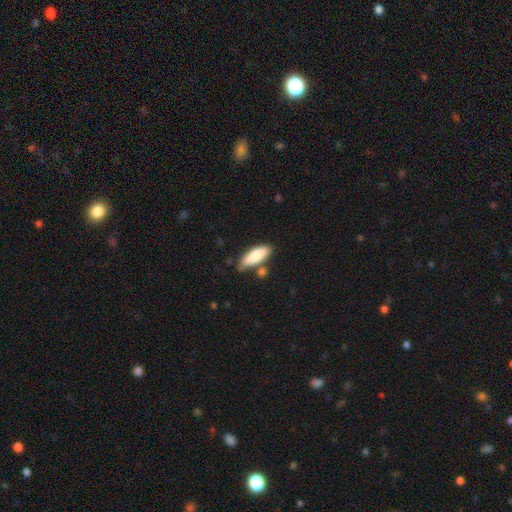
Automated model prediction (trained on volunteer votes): smooth-or-featured: smooth: 82% | featured or disk: 12% | star or artifact: 6%
  how-rounded: in between: 69% | cigar-shaped: 29% | round: 2%
  merging: none: 71% | minor disturbance: 17% | merger: 9% | major disturbance: 3%